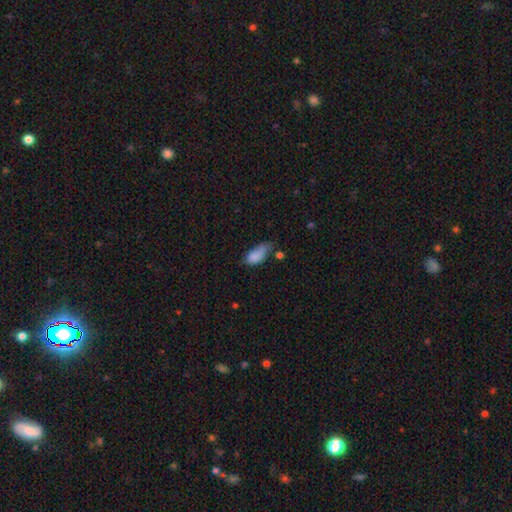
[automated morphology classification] Overall: smooth (79%). How rounded: in between (85%). Merging: minor disturbance (40%; none 28%).